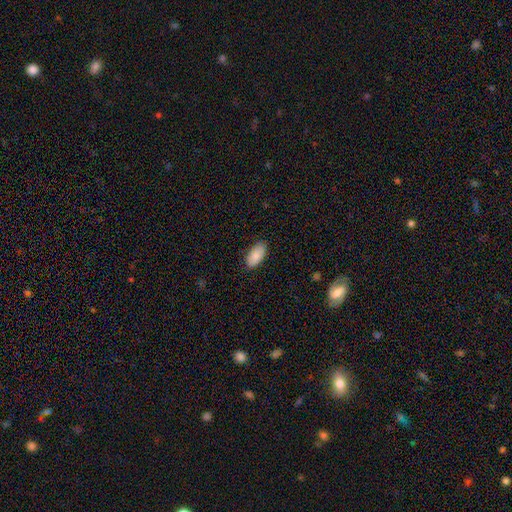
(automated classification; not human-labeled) A smooth galaxy with no disk features (87%) that is in between round and cigar-shaped (94%).

Vote fractions:
- Smooth or featured? smooth: 87% / featured or disk: 7% / star or artifact: 6%
- How rounded? in between: 94% / cigar-shaped: 3% / round: 2%
- Merging? none: 86% / minor disturbance: 11% / major disturbance: 2% / merger: 1%